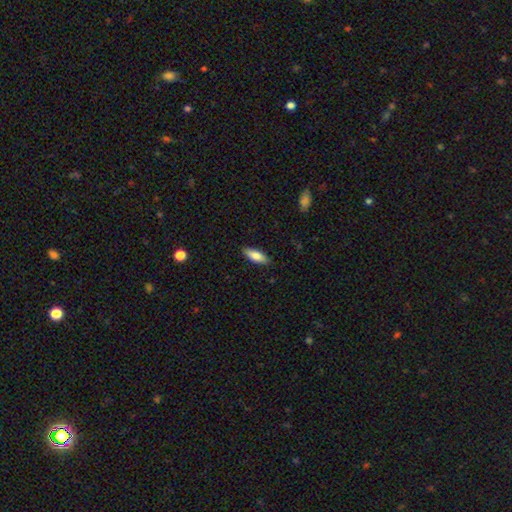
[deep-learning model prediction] Smooth or featured: smooth — 82% (featured or disk — 12%)
How rounded: in between — 70% (cigar-shaped — 28%)
Merging: none — 86% (minor disturbance — 11%)